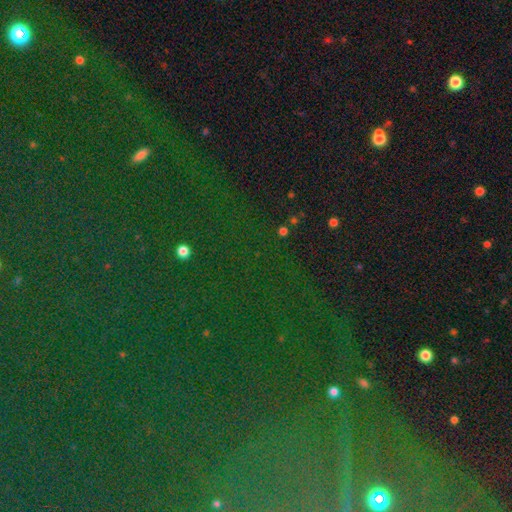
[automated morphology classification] This appears to be a star or artifact, not a galaxy (85%).